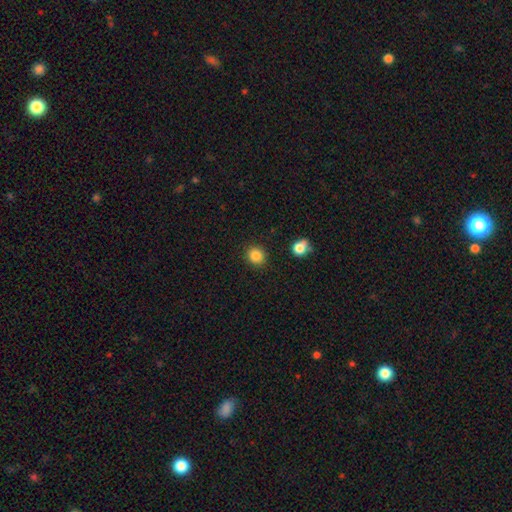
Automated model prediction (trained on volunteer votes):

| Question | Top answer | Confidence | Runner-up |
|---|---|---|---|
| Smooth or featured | smooth | 85% | star or artifact (11%) |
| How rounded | round | 88% | in between (11%) |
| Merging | none | 90% | minor disturbance (6%) |